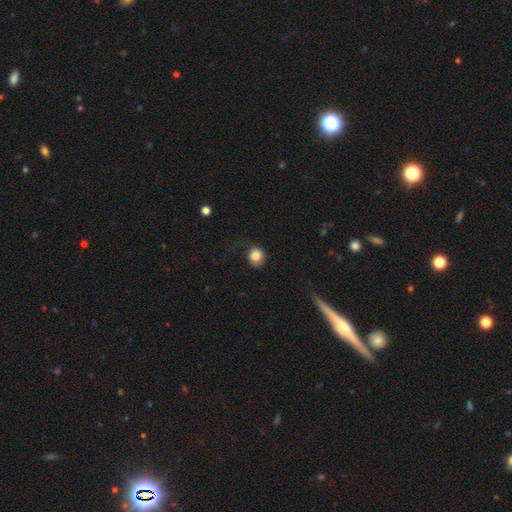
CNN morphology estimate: smooth 82%, star or artifact 9%, featured or disk 8%. Down the decision tree: how rounded — round (81%); merging — none (71%).